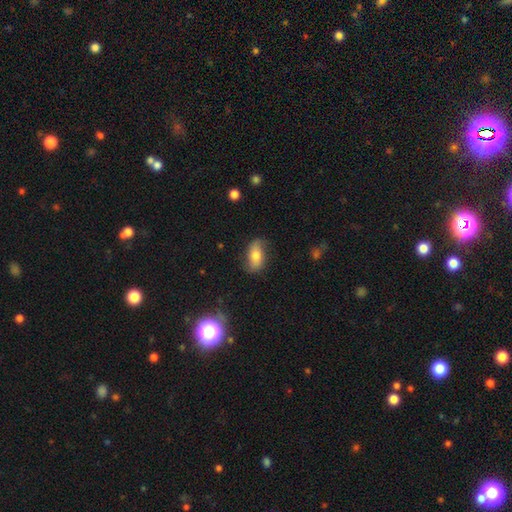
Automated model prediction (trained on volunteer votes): Smooth or featured? Predicted: smooth (p=0.63). How rounded? Predicted: in between (p=0.88). Merging? Predicted: none (p=0.72).